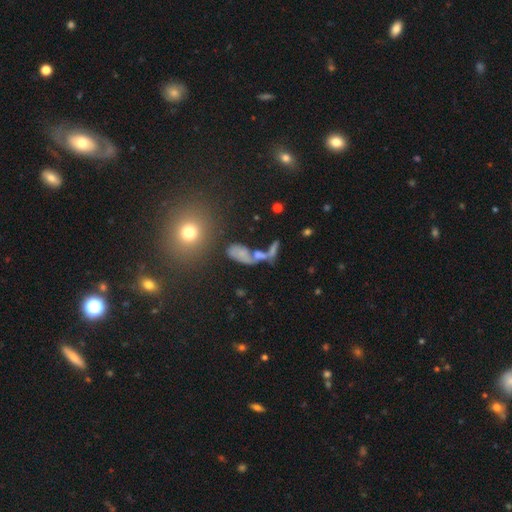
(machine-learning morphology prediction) Overall: smooth (39%; featured or disk 34%). Merging: none (37%; merger 32%).